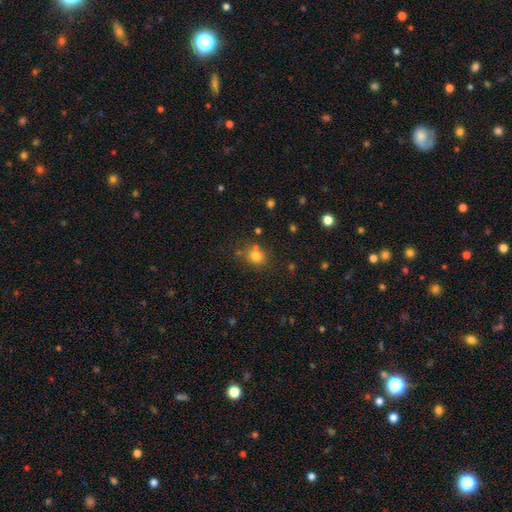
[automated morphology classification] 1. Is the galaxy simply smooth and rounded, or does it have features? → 76% smooth, 15% star or artifact, 9% featured or disk.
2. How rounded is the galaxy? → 73% round, 26% in between, 1% cigar-shaped.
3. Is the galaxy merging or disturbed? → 65% none, 17% merger, 14% minor disturbance, 5% major disturbance.